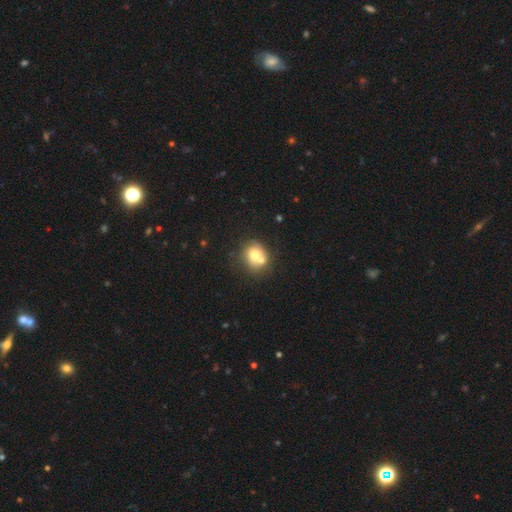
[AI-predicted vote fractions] This appears to be a smooth galaxy with no disk features (67%) that is round (70%). Merging: none (42%).